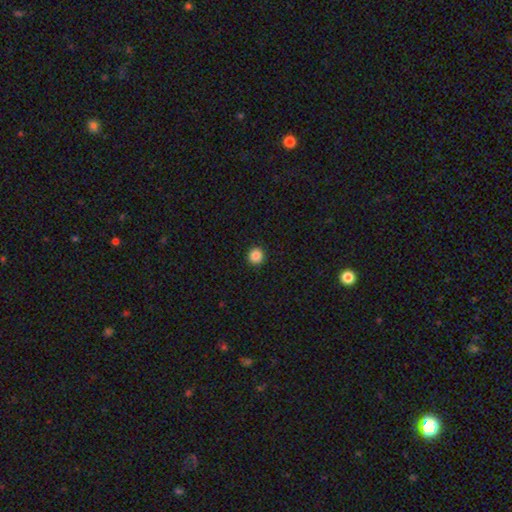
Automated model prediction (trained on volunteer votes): The model was most divided on "smooth or featured": smooth: 86%, star or artifact: 10%, featured or disk: 4%. More confident: how rounded — round (95%); merging — none (94%).